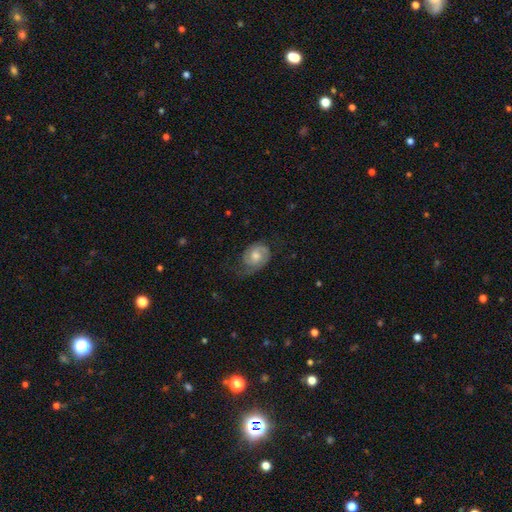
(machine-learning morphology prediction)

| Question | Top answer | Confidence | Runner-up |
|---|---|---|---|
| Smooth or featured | featured or disk | 67% | smooth (27%) |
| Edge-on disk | no | 97% | yes (3%) |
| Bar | no | 67% | weak (29%) |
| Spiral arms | yes | 92% | no (8%) |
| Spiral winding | tight | 44% | medium (38%) |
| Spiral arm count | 2 | 59% | 1 (24%) |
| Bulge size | moderate | 60% | small (29%) |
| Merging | none | 51% | minor disturbance (28%) |